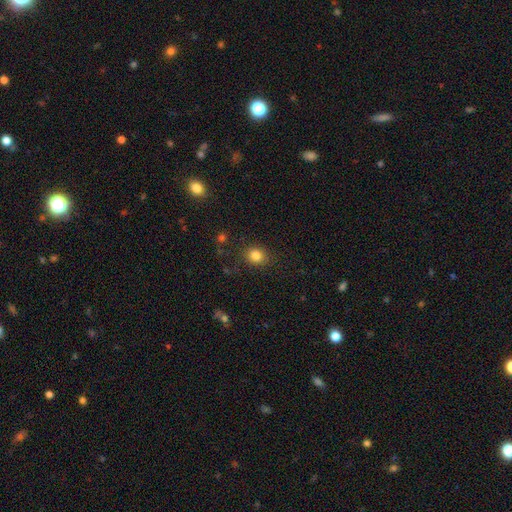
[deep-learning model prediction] Q: Smooth or featured?
A: smooth (83%); runner-up: star or artifact (12%)
Q: How rounded?
A: round (73%); runner-up: in between (26%)
Q: Merging?
A: none (84%); runner-up: minor disturbance (11%)